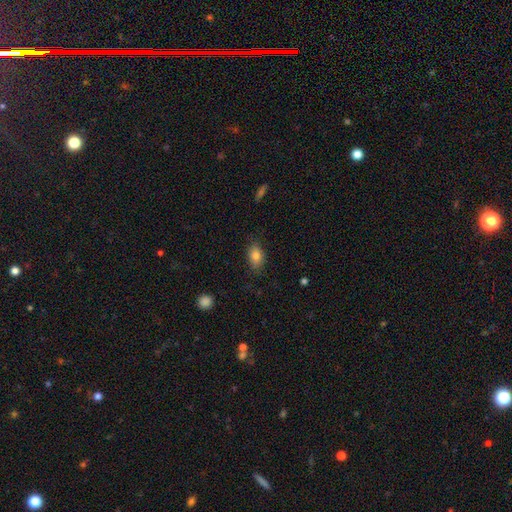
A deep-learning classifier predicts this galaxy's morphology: A smooth galaxy with no disk features (83%) that is in between round and cigar-shaped (83%).

Vote fractions:
- Smooth or featured? smooth: 83% / star or artifact: 9% / featured or disk: 8%
- How rounded? in between: 83% / round: 15% / cigar-shaped: 2%
- Merging? none: 81% / minor disturbance: 15% / major disturbance: 3% / merger: 1%